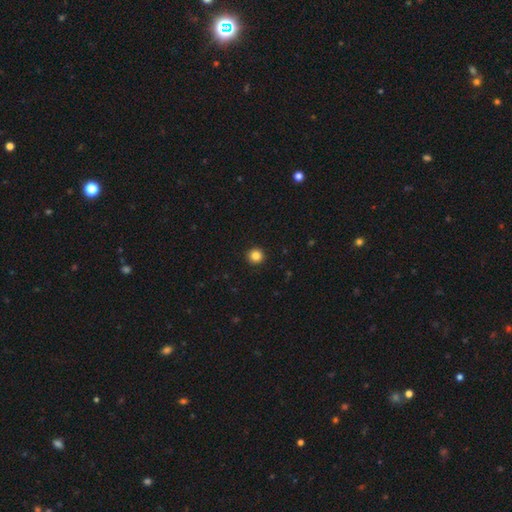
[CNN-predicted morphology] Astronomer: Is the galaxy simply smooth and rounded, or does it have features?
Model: smooth — 85%.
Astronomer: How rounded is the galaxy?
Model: round — 96%.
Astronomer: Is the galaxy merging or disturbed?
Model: none — 94%.